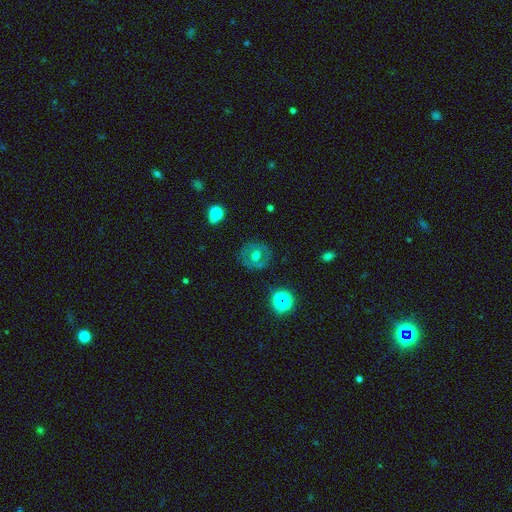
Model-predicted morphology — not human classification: smooth_or_featured: featured or disk (p=0.47) [alt: smooth p=0.43]
merging: none (p=0.81) [alt: minor disturbance p=0.12]